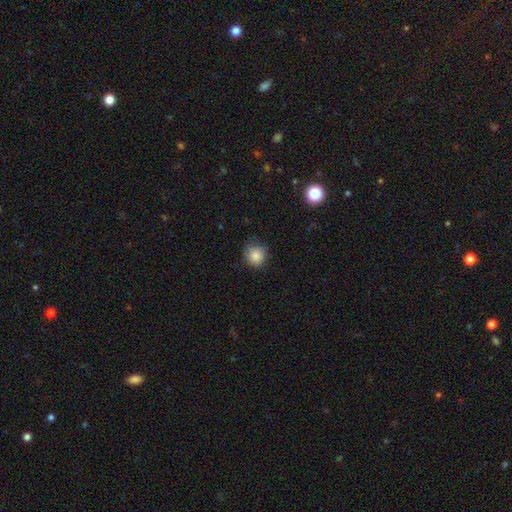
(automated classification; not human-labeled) This is clearly a smooth galaxy (84%). How rounded: clearly round (89%). Merging: likely none (73%).